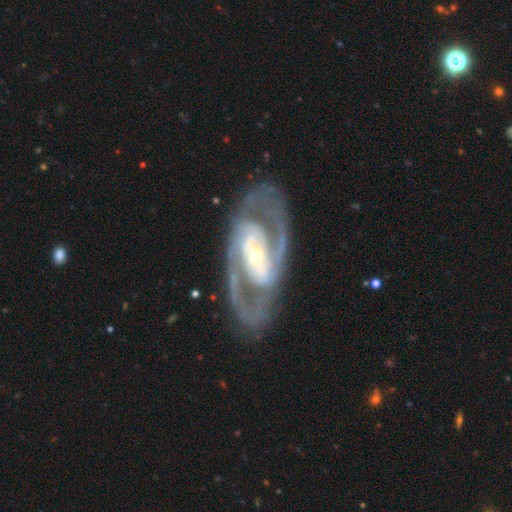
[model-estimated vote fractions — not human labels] Smooth or featured? Predicted: featured or disk (p=0.90). Edge-on disk? Predicted: no (p=0.95). Bar? Predicted: strong (p=0.44). Spiral arms? Predicted: yes (p=0.94). Spiral winding? Predicted: medium (p=0.51). Spiral arm count? Predicted: 2 (p=0.88). Bulge size? Predicted: small (p=0.49). Merging? Predicted: none (p=0.80).